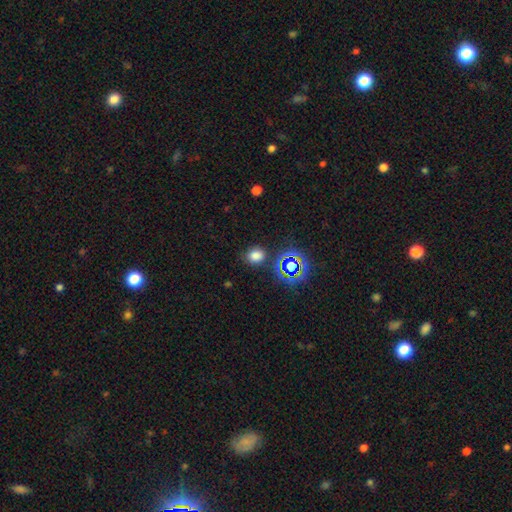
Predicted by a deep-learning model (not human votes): smooth 72%, star or artifact 22%, featured or disk 5%. Down the decision tree: how rounded — round (61%); merging — none (83%).